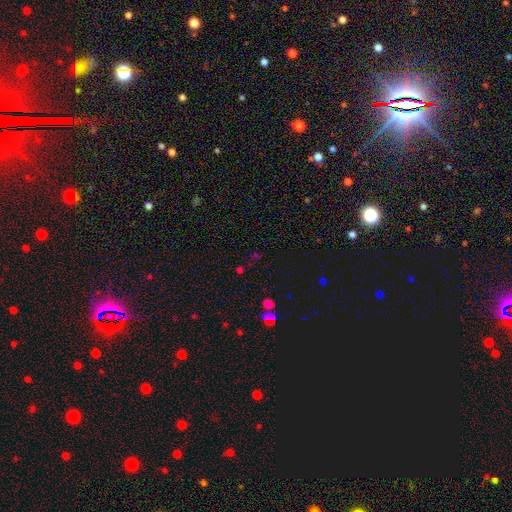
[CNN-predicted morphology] Smooth or featured?
  - star or artifact: 57% *
  - smooth: 35%
  - featured or disk: 8%